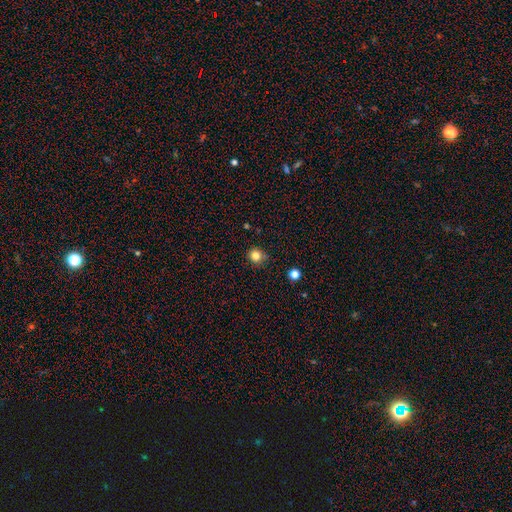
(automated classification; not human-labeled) smooth 82%, star or artifact 13%, featured or disk 5%. Down the decision tree: how rounded — round (89%); merging — none (82%).